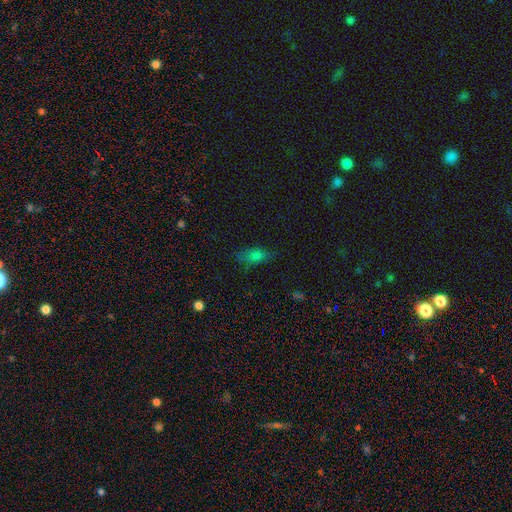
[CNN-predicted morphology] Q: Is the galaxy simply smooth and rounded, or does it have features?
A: smooth — 75%.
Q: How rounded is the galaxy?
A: in between — 80%.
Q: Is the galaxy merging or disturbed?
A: none — 71%.